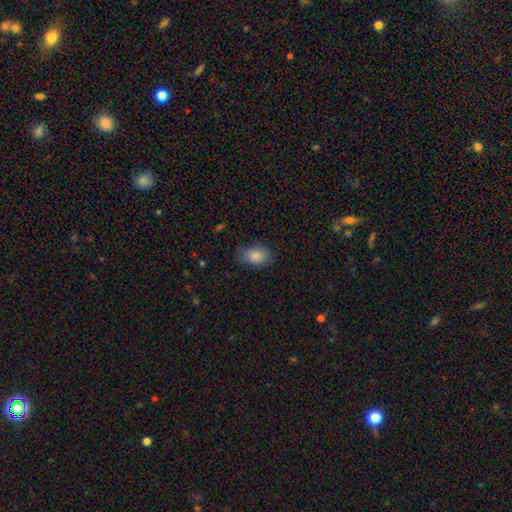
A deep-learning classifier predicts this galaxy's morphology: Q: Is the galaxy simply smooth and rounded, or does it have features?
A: smooth — 86%.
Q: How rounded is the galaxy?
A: in between — 84%.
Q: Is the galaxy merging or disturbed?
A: none — 75%.